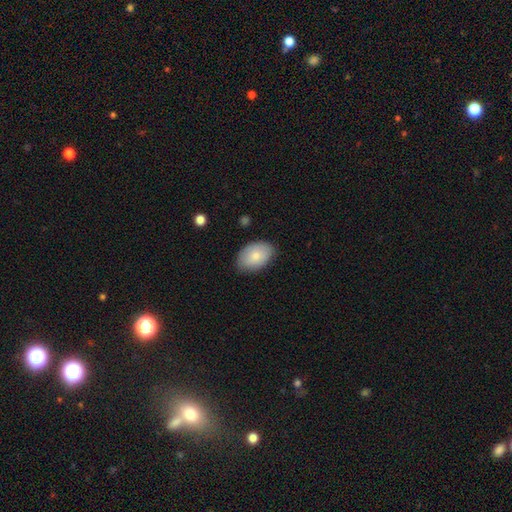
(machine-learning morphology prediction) Smooth or featured? smooth (81%)
How rounded? in between (89%)
Merging? none (80%)